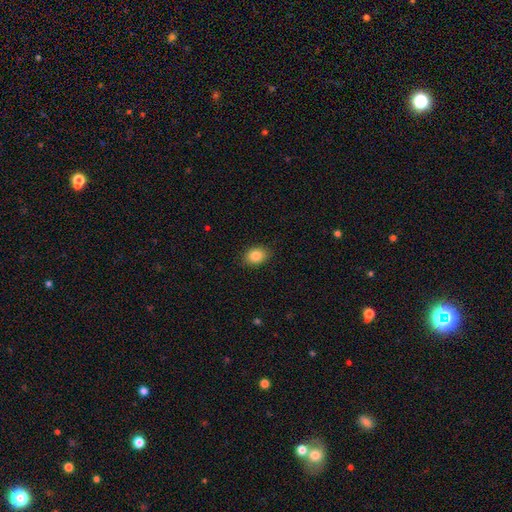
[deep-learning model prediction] Morphology: type=smooth (85%); roundness=in between (73%); merging=none (87%).